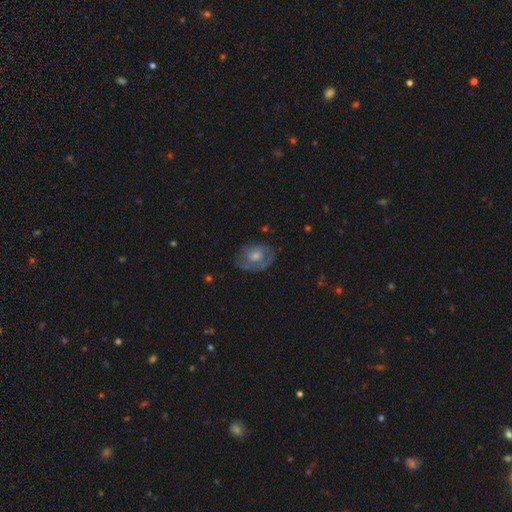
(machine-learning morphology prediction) Smooth or featured: featured or disk — 62% (smooth — 29%)
Edge-on disk: no — 96% (yes — 4%)
Bar: no — 79% (weak — 18%)
Spiral arms: yes — 64% (no — 36%)
Bulge size: moderate — 57% (small — 27%)
Merging: none — 68% (minor disturbance — 20%)